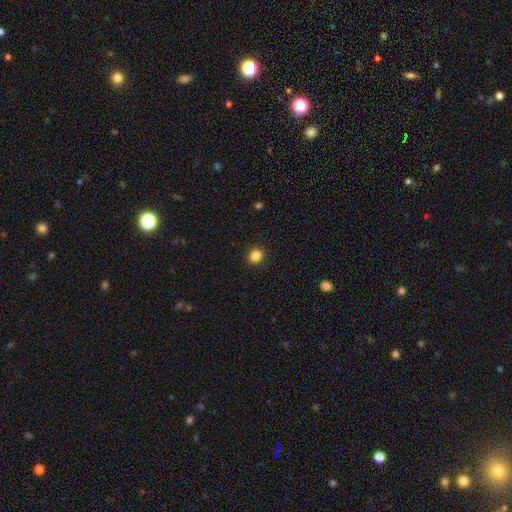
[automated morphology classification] smooth-or-featured: smooth: 85% | star or artifact: 11% | featured or disk: 4%
  how-rounded: round: 86% | in between: 13% | cigar-shaped: 1%
  merging: none: 92% | minor disturbance: 6% | major disturbance: 2% | merger: 1%